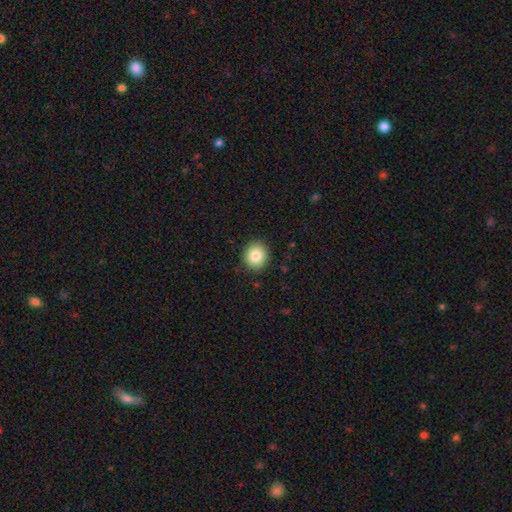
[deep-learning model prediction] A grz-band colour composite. It shows a smooth galaxy with no disk features (83%) that is round (85%). Merging: none (90%).